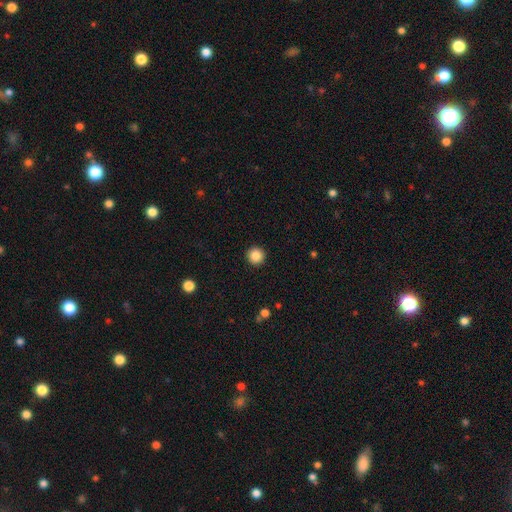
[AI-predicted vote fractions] This is clearly a smooth galaxy (86%). How rounded: clearly round (96%). Merging: clearly none (93%).